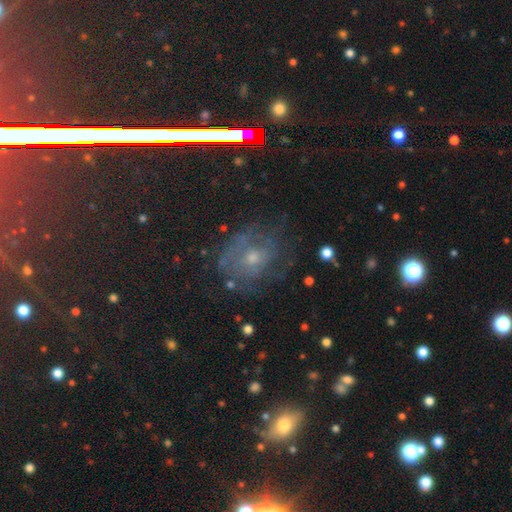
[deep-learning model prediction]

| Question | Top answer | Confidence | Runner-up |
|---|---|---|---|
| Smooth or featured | featured or disk | 50% | star or artifact (26%) |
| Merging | none | 66% | minor disturbance (18%) |